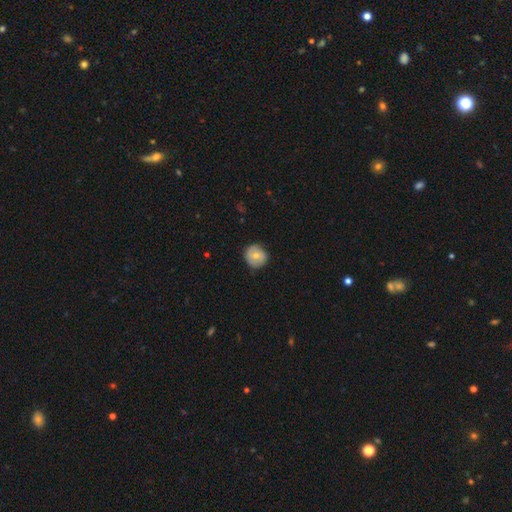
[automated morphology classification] The model was most divided on "smooth or featured": smooth: 62%, featured or disk: 31%, star or artifact: 7%. More confident: how rounded — round (87%); merging — none (78%).